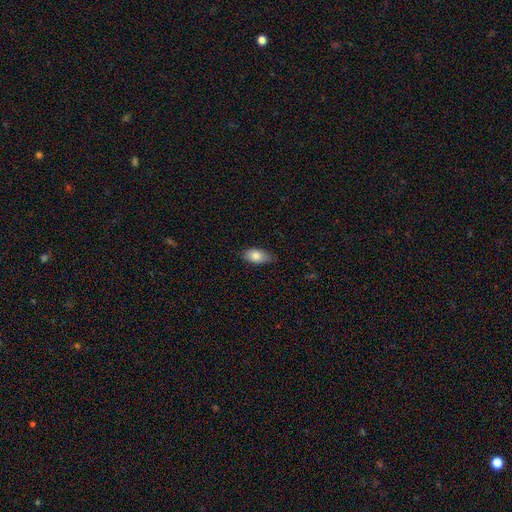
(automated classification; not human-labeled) Morphology: type=smooth (83%); roundness=in between (91%); merging=none (79%).